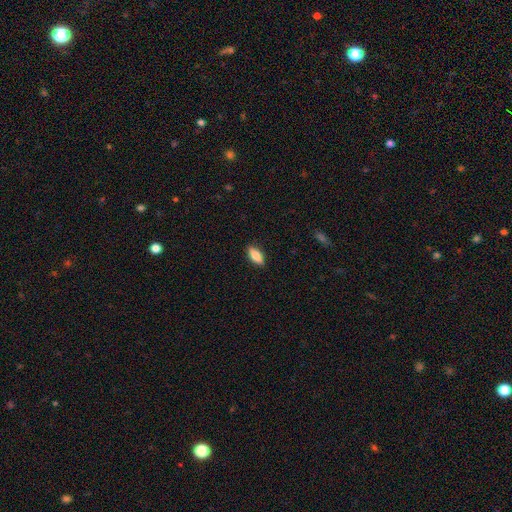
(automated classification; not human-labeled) This appears to be a smooth galaxy with no disk features (81%) that is in between round and cigar-shaped (79%). Merging: none (88%).